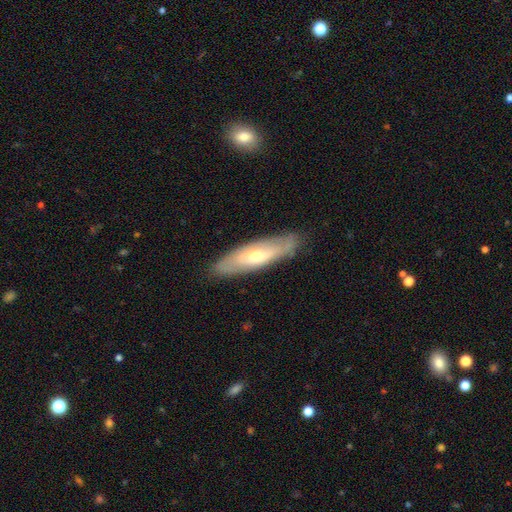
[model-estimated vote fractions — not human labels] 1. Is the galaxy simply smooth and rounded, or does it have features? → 54% featured or disk, 40% smooth, 6% star or artifact.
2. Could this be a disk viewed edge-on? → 61% no, 39% yes.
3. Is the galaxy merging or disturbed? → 83% none, 13% minor disturbance, 3% major disturbance, 1% merger.